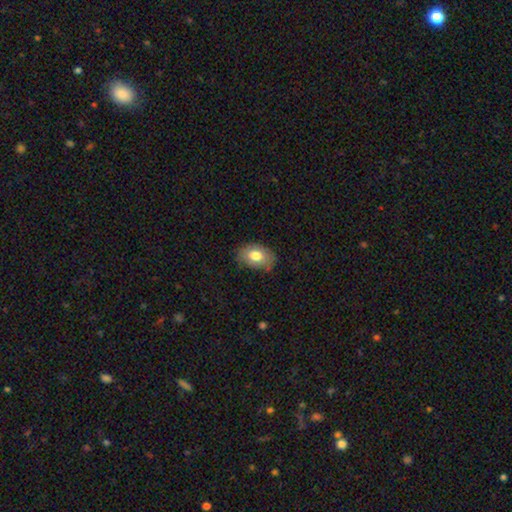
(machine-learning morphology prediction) This is likely a smooth galaxy (75%). How rounded: clearly in between (84%). Merging: likely none (72%).